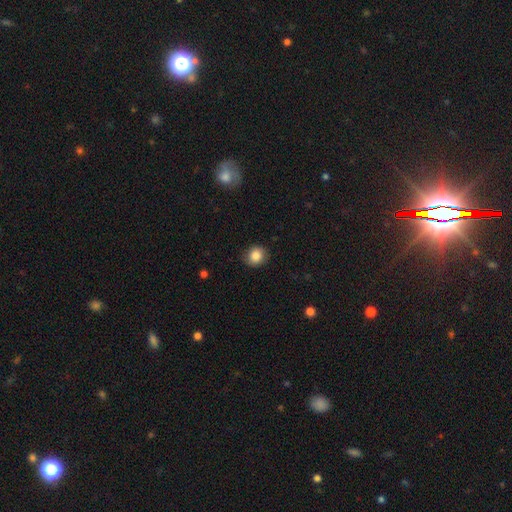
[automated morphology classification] A smooth galaxy with no disk features (85%) that is round (83%).

Vote fractions:
- Smooth or featured? smooth: 85% / star or artifact: 9% / featured or disk: 6%
- How rounded? round: 83% / in between: 16% / cigar-shaped: 1%
- Merging? none: 86% / minor disturbance: 10% / major disturbance: 2% / merger: 1%